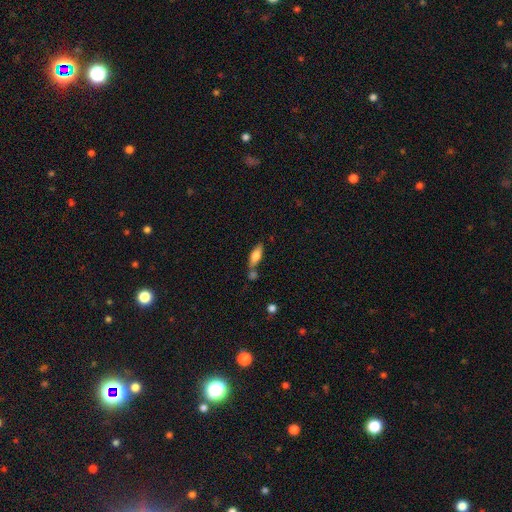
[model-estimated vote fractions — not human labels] The model was most divided on "how rounded": in between: 56%, cigar-shaped: 41%, round: 3%. More confident: smooth or featured — smooth (65%); merging — none (58%).